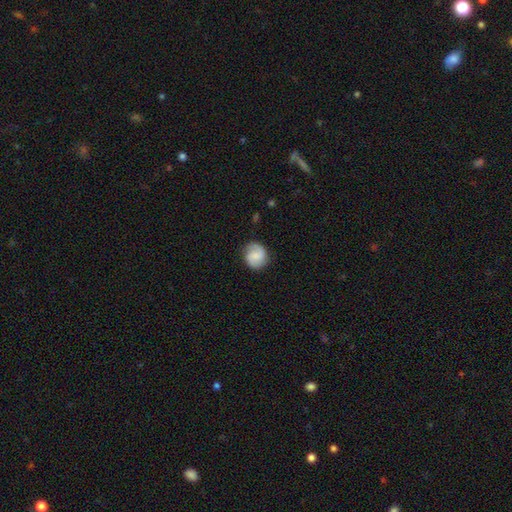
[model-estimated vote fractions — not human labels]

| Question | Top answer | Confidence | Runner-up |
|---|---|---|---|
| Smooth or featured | featured or disk | 47% | smooth (45%) |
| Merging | none | 80% | minor disturbance (14%) |